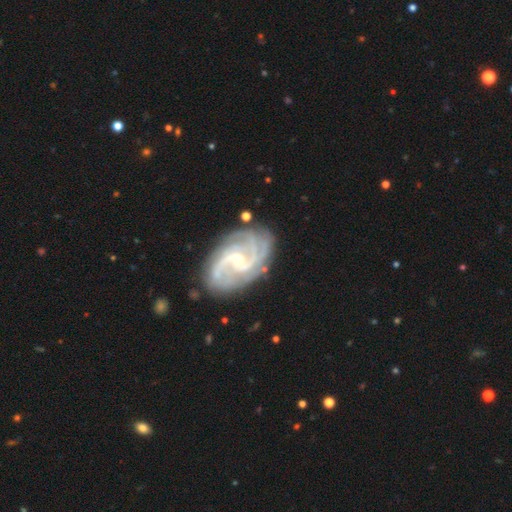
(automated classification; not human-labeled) Smooth or featured? featured or disk (90%)
Edge-on disk? no (97%)
Bar? weak (45%)
Spiral arms? yes (98%)
Spiral winding? tight (43%, tied with medium)
Spiral arm count? 2 (28%)
Bulge size? small (69%)
Merging? none (79%)